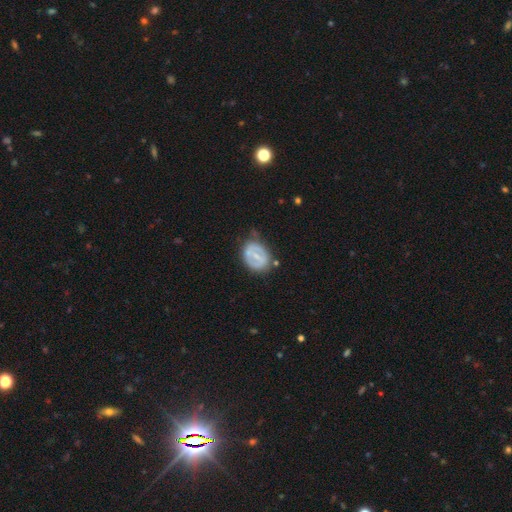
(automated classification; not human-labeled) A featured or disk galaxy (56%) with a weak bar (38%, tied with strong), no spiral arms (71%) and a small central bulge (49%). Merging: none (61%).